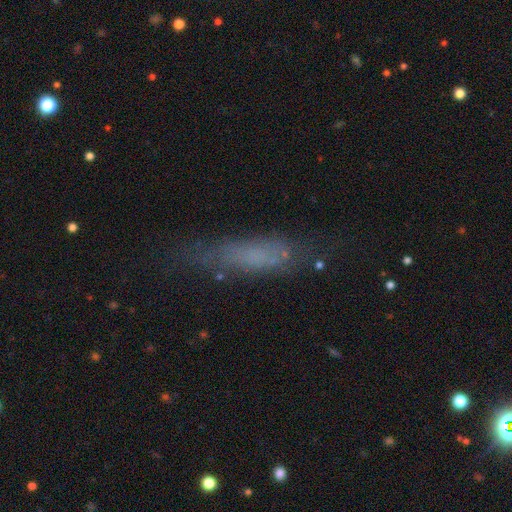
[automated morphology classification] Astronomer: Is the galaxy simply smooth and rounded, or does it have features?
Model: smooth — 57%.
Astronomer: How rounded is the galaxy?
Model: cigar-shaped — 72%.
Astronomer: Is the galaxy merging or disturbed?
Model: none — 61%.